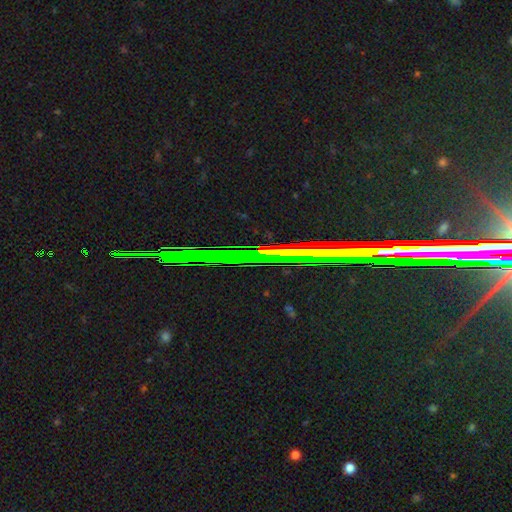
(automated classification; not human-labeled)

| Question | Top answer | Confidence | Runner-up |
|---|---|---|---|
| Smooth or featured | star or artifact | 76% | featured or disk (16%) |